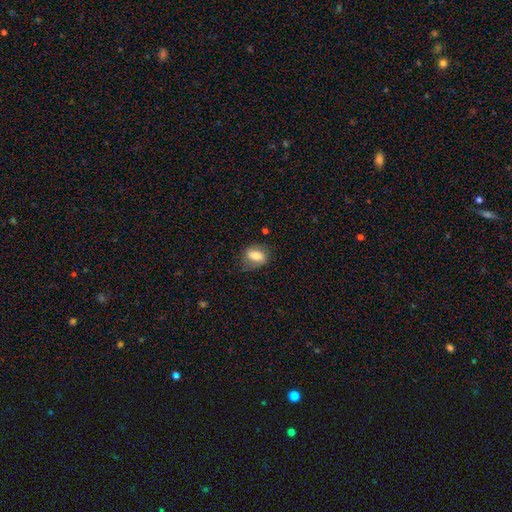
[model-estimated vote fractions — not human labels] A smooth galaxy with no disk features (69%) that is in between round and cigar-shaped (75%).

Vote fractions:
- Smooth or featured? smooth: 69% / featured or disk: 23% / star or artifact: 8%
- How rounded? in between: 75% / round: 21% / cigar-shaped: 5%
- Merging? none: 71% / minor disturbance: 20% / major disturbance: 7% / merger: 2%